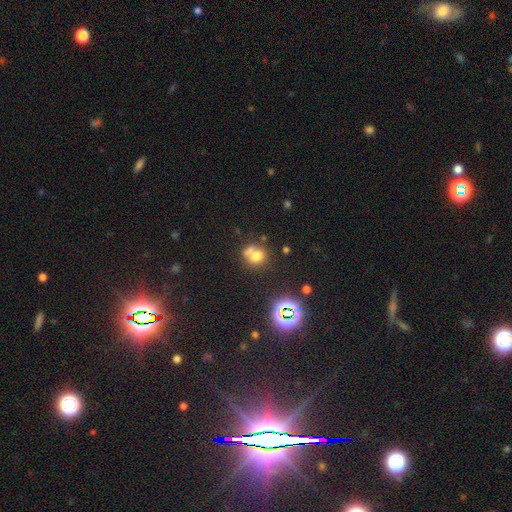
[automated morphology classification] Smooth or featured: smooth — 65% (star or artifact — 20%)
How rounded: round — 74% (in between — 25%)
Merging: none — 43% (merger — 35%)